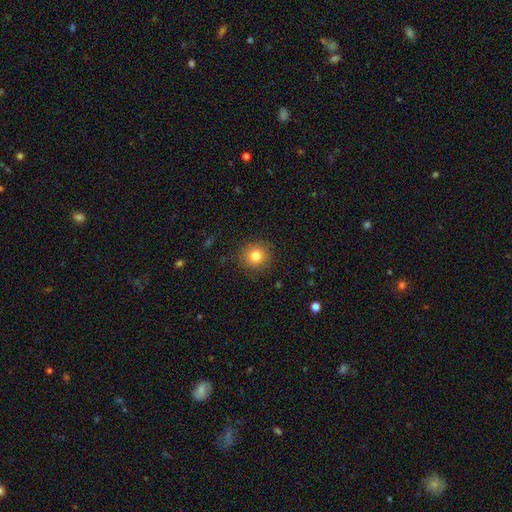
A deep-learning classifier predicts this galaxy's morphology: smooth 81%, star or artifact 11%, featured or disk 8%. Down the decision tree: how rounded — round (90%); merging — none (89%).